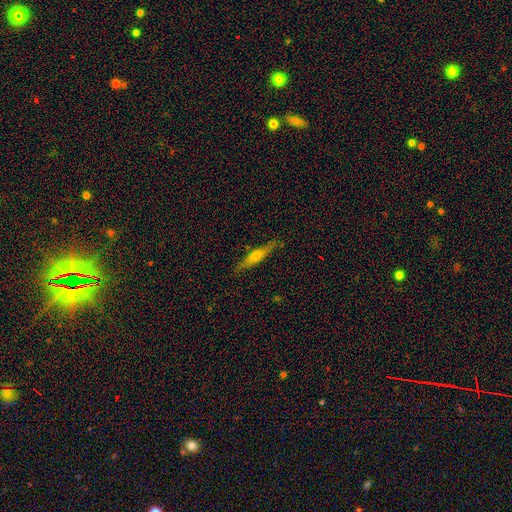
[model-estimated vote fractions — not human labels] Smooth or featured? featured or disk (56%)
Edge-on disk? yes (95%)
Edge-on bulge? rounded (81%)
Merging? none (86%)